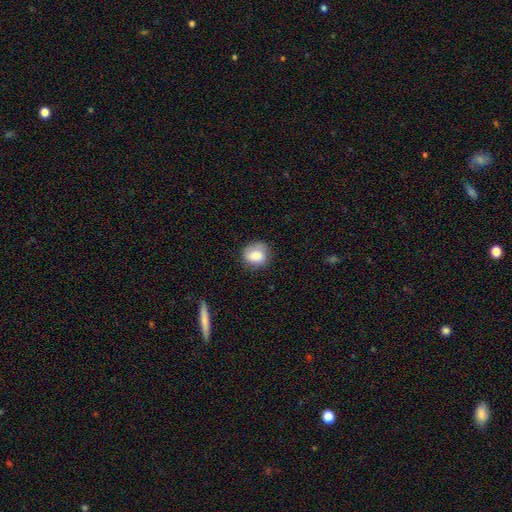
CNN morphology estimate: Smooth or featured?
  - smooth: 78% *
  - featured or disk: 13%
  - star or artifact: 8%
How rounded?
  - round: 77% *
  - in between: 22%
  - cigar-shaped: 1%
Merging?
  - none: 75% *
  - minor disturbance: 19%
  - major disturbance: 5%
  - merger: 1%